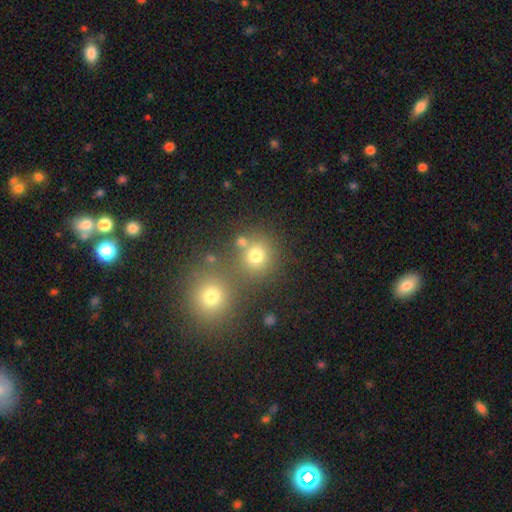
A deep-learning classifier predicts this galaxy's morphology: Smooth or featured?
  - smooth: 74% *
  - star or artifact: 17%
  - featured or disk: 8%
How rounded?
  - round: 85% *
  - in between: 13%
  - cigar-shaped: 1%
Merging?
  - none: 63% *
  - merger: 25%
  - minor disturbance: 8%
  - major disturbance: 4%